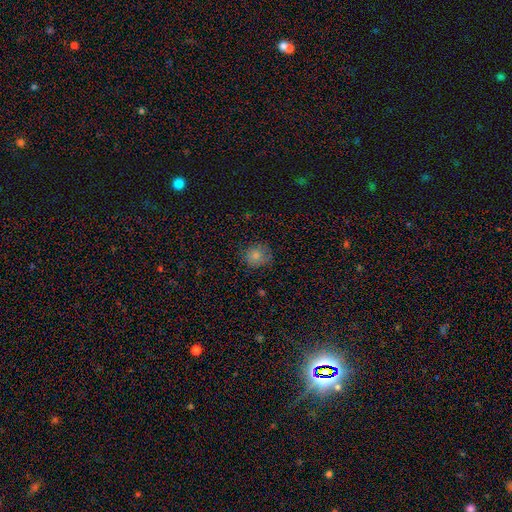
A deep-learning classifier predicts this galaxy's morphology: This appears to be a smooth galaxy with no disk features (81%) that is round (79%). Merging: none (77%).